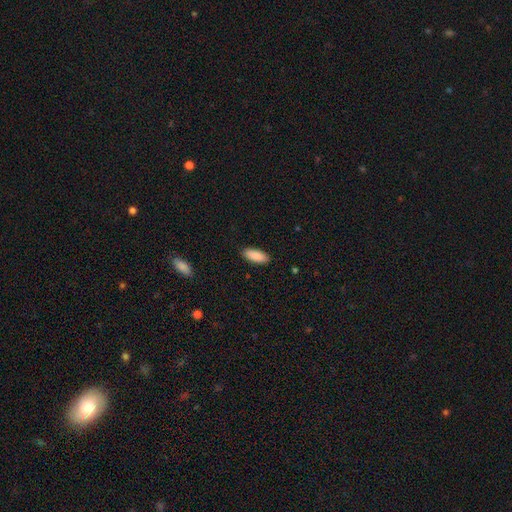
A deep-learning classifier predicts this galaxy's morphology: smooth-or-featured: smooth: 89% | star or artifact: 6% | featured or disk: 5%
  how-rounded: in between: 79% | cigar-shaped: 20% | round: 2%
  merging: none: 89% | minor disturbance: 8% | major disturbance: 2% | merger: 1%